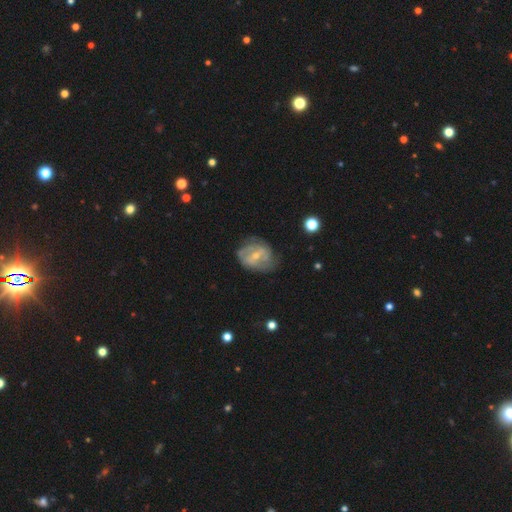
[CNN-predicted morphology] Smooth or featured?
  - featured or disk: 73% *
  - smooth: 21%
  - star or artifact: 6%
Edge-on disk?
  - no: 96% *
  - yes: 4%
Bar?
  - weak: 48% *
  - no: 27%
  - strong: 25%
Spiral arms?
  - yes: 77% *
  - no: 23%
Spiral winding?
  - medium: 40% * (tied)
  - tight: 40% * (tied)
  - loose: 19%
Spiral arm count?
  - 2: 48% *
  - can't tell: 32%
  - 3: 11%
  - 1: 4%
  - 4: 3%
  - more than 4: 2%
Bulge size?
  - small: 57% *
  - moderate: 39%
  - none: 2%
  - large: 1%
  - dominant: 1%
Merging?
  - none: 58% *
  - minor disturbance: 27%
  - major disturbance: 13%
  - merger: 2%